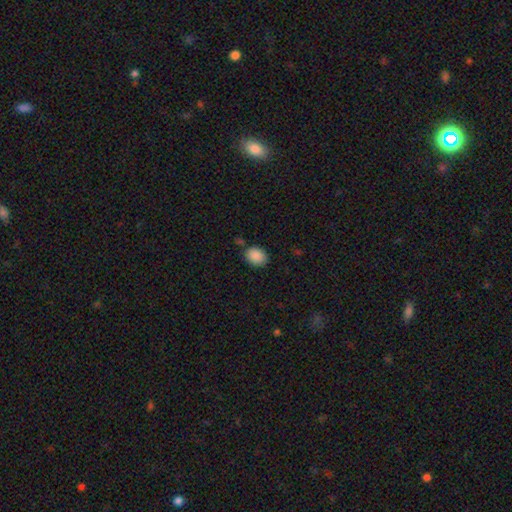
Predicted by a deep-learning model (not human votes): Q: Smooth or featured?
A: smooth (89%); runner-up: star or artifact (8%)
Q: How rounded?
A: in between (64%); runner-up: round (35%)
Q: Merging?
A: none (79%); runner-up: minor disturbance (13%)